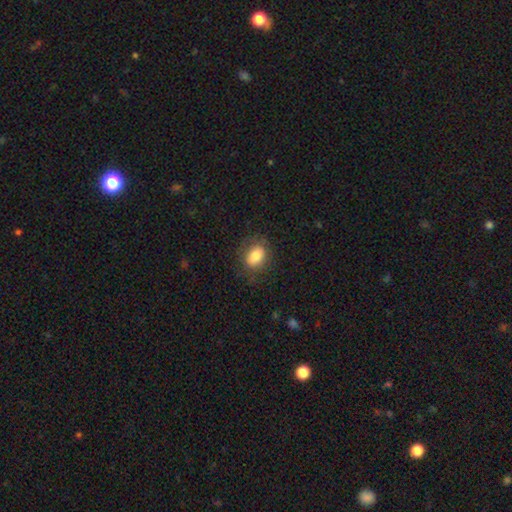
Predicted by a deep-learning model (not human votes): smooth 80%, featured or disk 12%, star or artifact 9%. Down the decision tree: how rounded — in between (70%); merging — none (77%).